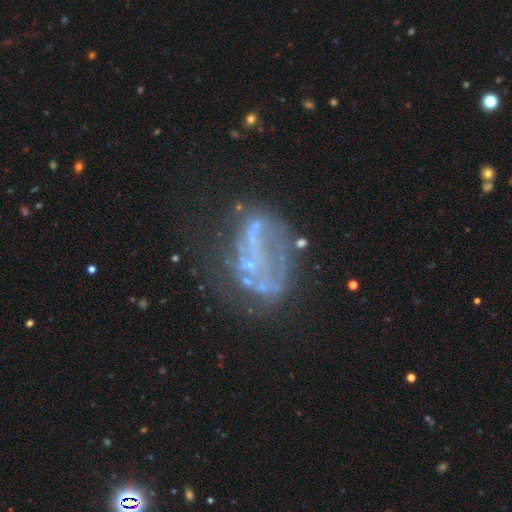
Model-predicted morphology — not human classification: A featured or disk galaxy (64%) with no bar (81%), no spiral arms (81%) and no central bulge (64%).

Vote fractions:
- Smooth or featured? featured or disk: 64% / star or artifact: 19% / smooth: 18%
- Edge-on disk? no: 97% / yes: 3%
- Bar? no: 81% / weak: 13% / strong: 7%
- Spiral arms? no: 81% / yes: 19%
- Bulge size? none: 64% / small: 29% / moderate: 5% / large: 1% / dominant: 1%
- Merging? none: 39% / major disturbance: 33% / minor disturbance: 18% / merger: 10%